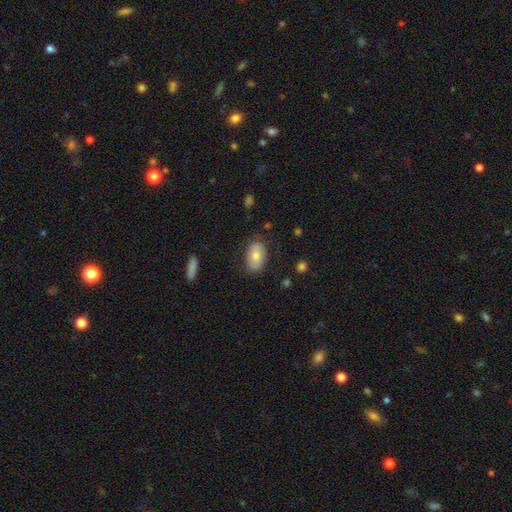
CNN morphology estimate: Q: Smooth or featured?
A: smooth (72%); runner-up: featured or disk (20%)
Q: How rounded?
A: in between (89%); runner-up: round (9%)
Q: Merging?
A: none (80%); runner-up: minor disturbance (15%)